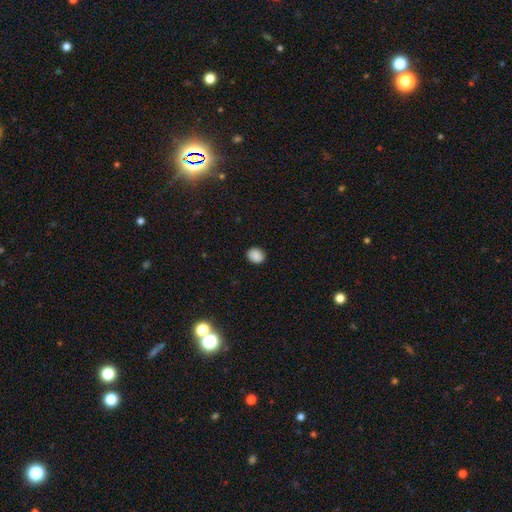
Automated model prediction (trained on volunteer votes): smooth_or_featured: smooth (p=0.86) [alt: star or artifact p=0.09]
how_rounded: round (p=0.65) [alt: in between p=0.34]
merging: none (p=0.86) [alt: minor disturbance p=0.10]